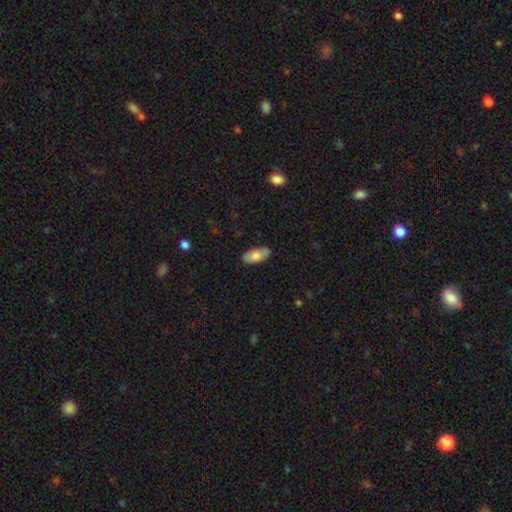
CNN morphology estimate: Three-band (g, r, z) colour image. It shows a smooth galaxy with no disk features (75%) that is in between round and cigar-shaped (91%). Merging: none (81%).